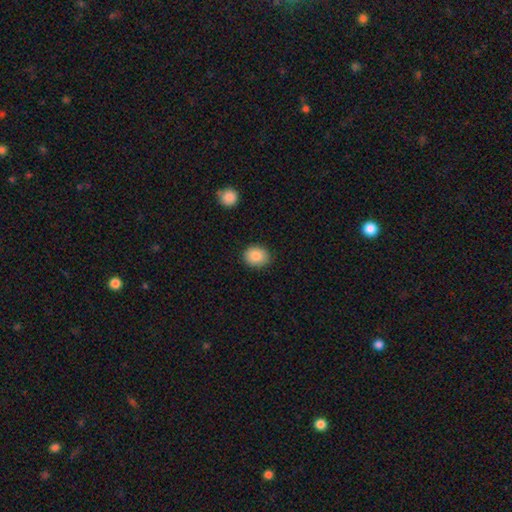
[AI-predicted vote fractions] Q: Smooth or featured?
A: smooth (87%); runner-up: star or artifact (8%)
Q: How rounded?
A: round (64%); runner-up: in between (36%)
Q: Merging?
A: none (86%); runner-up: minor disturbance (10%)